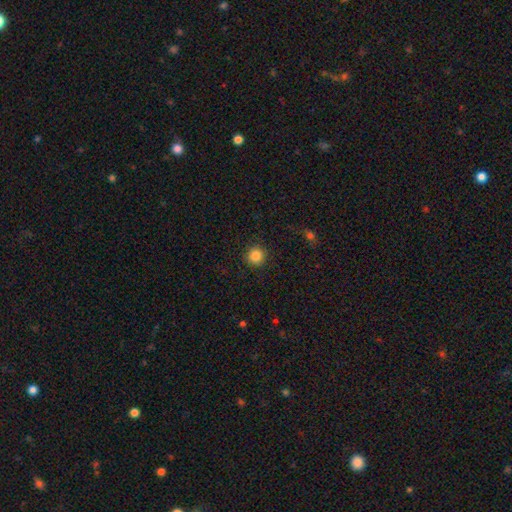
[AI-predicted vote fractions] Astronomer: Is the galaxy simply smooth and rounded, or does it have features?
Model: smooth — 85%.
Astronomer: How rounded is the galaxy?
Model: round — 94%.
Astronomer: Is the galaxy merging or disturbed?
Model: none — 92%.